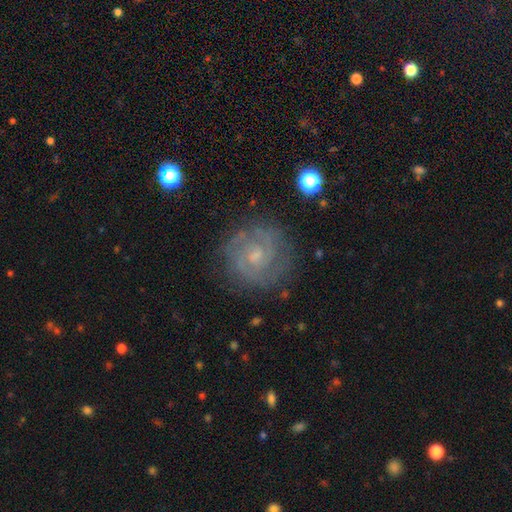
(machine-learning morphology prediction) Q: Smooth or featured?
A: featured or disk (78%); runner-up: smooth (14%)
Q: Edge-on disk?
A: no (98%); runner-up: yes (2%)
Q: Bar?
A: no (59%); runner-up: weak (35%)
Q: Spiral arms?
A: yes (93%); runner-up: no (7%)
Q: Spiral winding?
A: tight (64%); runner-up: medium (30%)
Q: Spiral arm count?
A: 2 (52%); runner-up: can't tell (23%)
Q: Bulge size?
A: small (57%); runner-up: moderate (33%)
Q: Merging?
A: none (80%); runner-up: minor disturbance (13%)